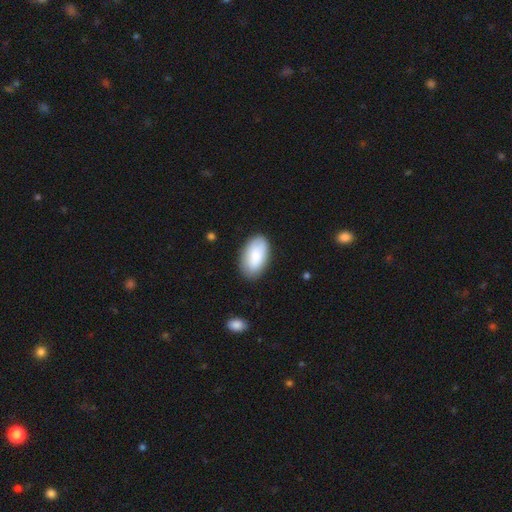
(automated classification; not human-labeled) smooth-or-featured: smooth: 81% | featured or disk: 13% | star or artifact: 6%
  how-rounded: in between: 95% | round: 3% | cigar-shaped: 2%
  merging: none: 83% | minor disturbance: 13% | major disturbance: 3% | merger: 1%